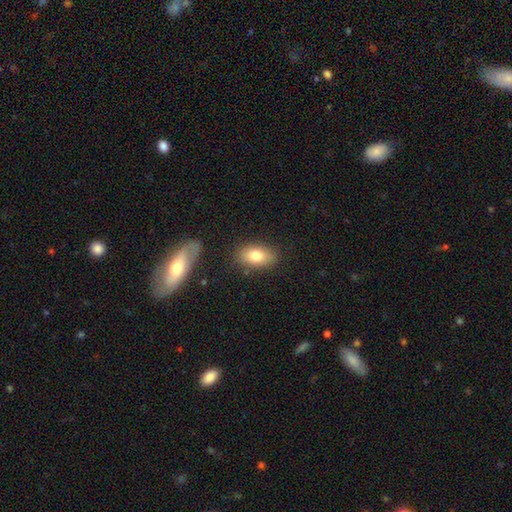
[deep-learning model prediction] Overall: smooth (79%). How rounded: in between (89%). Merging: none (83%).